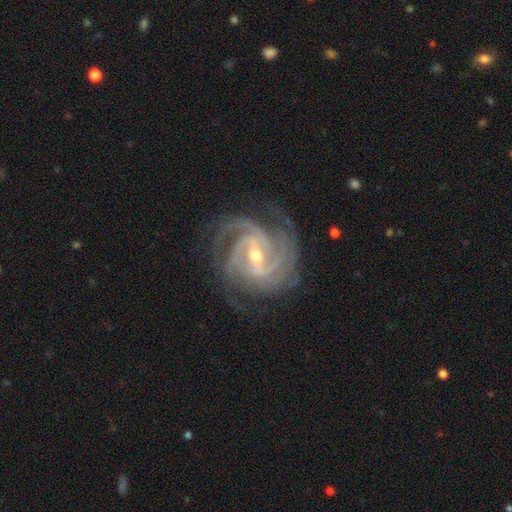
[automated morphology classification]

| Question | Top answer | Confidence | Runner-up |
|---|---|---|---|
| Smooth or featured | featured or disk | 93% | star or artifact (5%) |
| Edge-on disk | no | 97% | yes (3%) |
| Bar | strong | 44% | weak (42%) |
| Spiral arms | yes | 99% | no (1%) |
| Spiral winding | tight | 63% | medium (33%) |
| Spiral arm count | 3 | 35% | 4 (28%) |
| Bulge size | small | 50% | moderate (47%) |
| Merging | none | 79% | minor disturbance (14%) |